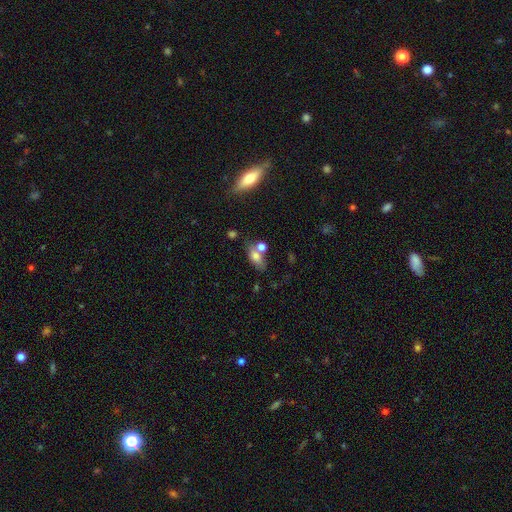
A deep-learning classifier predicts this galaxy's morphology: Overall: smooth (71%). How rounded: in between (81%). Merging: none (50%; merger 28%).